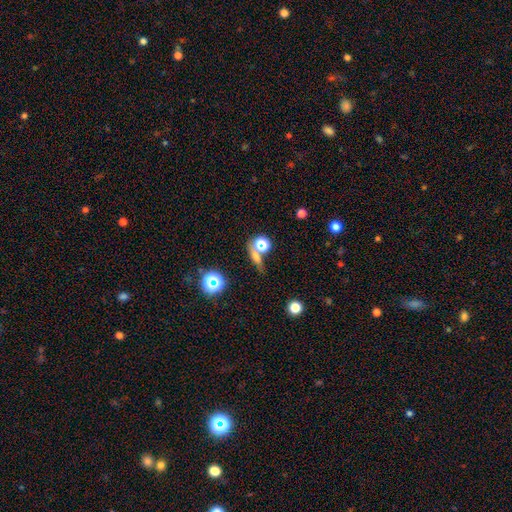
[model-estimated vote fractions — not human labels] Q: Smooth or featured?
A: smooth (54%); runner-up: star or artifact (30%)
Q: How rounded?
A: round (41%); runner-up: in between (32%)
Q: Merging?
A: none (56%); runner-up: merger (22%)